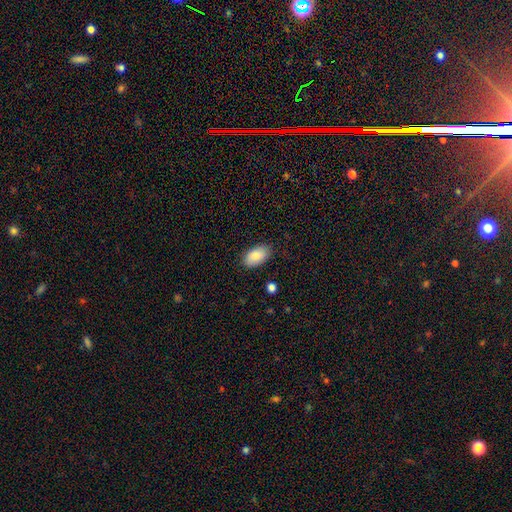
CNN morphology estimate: Overall: smooth (84%). How rounded: in between (94%). Merging: none (85%).